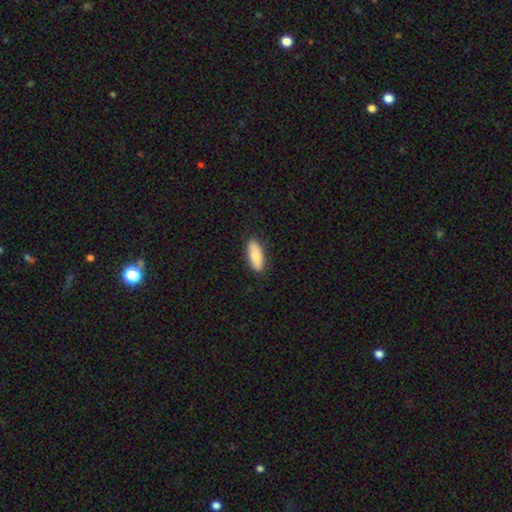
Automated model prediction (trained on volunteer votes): smooth-or-featured: smooth: 84% | featured or disk: 10% | star or artifact: 6%
  how-rounded: in between: 72% | cigar-shaped: 26% | round: 2%
  merging: none: 87% | minor disturbance: 10% | major disturbance: 2% | merger: 1%